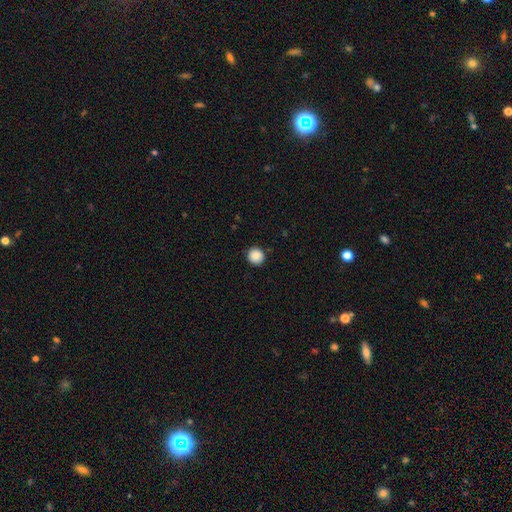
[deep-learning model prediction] A smooth galaxy with no disk features (88%) that is round (93%). Merging: none (89%).